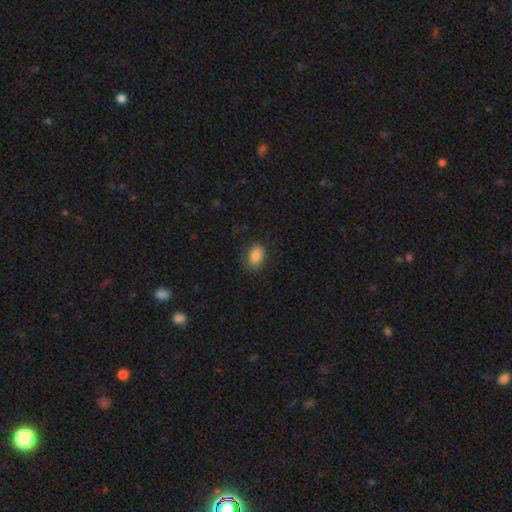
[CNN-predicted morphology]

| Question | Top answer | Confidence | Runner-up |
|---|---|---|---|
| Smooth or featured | smooth | 84% | star or artifact (9%) |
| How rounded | in between | 80% | round (18%) |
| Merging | none | 80% | minor disturbance (15%) |